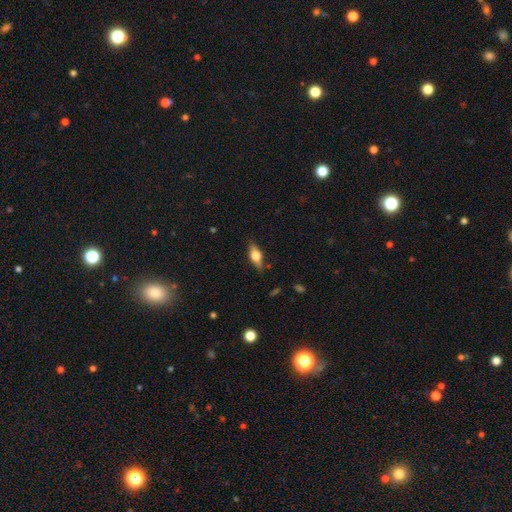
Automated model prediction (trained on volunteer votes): Morphology: type=smooth (47%); merging=none (83%).